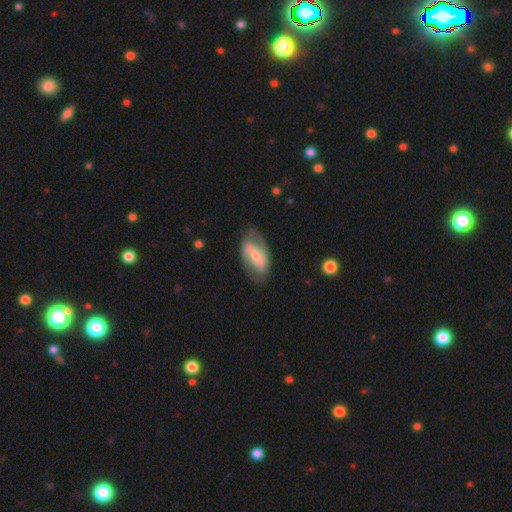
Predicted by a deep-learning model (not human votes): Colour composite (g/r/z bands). It shows a featured or disk galaxy (69%) with a weak bar (40%), 2 (81%) medium (46%) spiral arms (87%) and a moderate central bulge (45%, tied with small). Merging: none (69%).